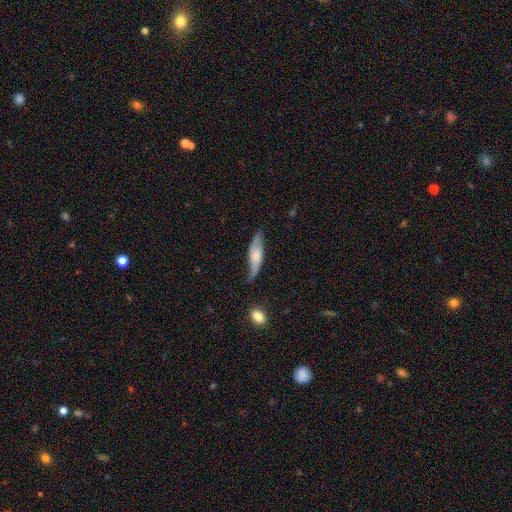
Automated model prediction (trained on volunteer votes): The model was most divided on "smooth or featured": smooth: 48%, featured or disk: 46%, star or artifact: 6%. More confident: merging — none (58%).